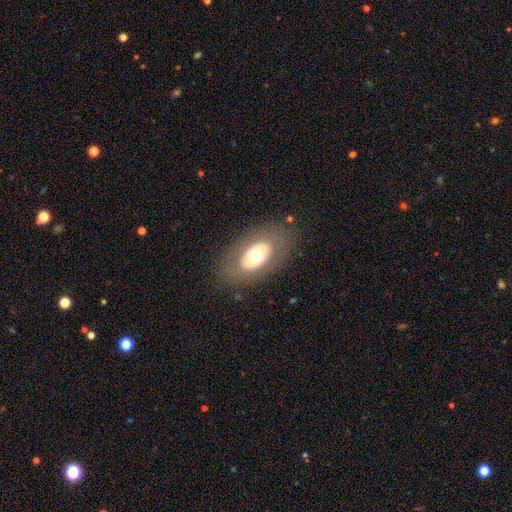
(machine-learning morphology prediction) smooth 53%, featured or disk 39%, star or artifact 8%. Down the decision tree: how rounded — in between (88%); merging — none (79%).